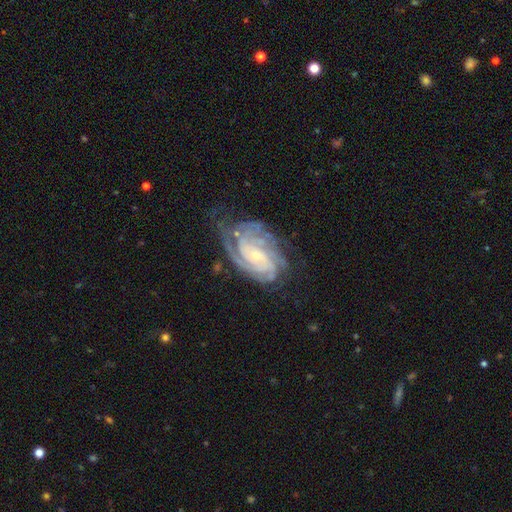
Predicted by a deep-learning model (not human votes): smooth_or_featured: featured or disk (p=0.89) [alt: star or artifact p=0.06]
disk_edge_on: no (p=0.97) [alt: yes p=0.03]
bar: no (p=0.66) [alt: weak p=0.26]
has_spiral_arms: yes (p=0.98) [alt: no p=0.02]
spiral_winding: tight (p=0.72) [alt: medium p=0.24]
spiral_arm_count: 4 (p=0.25) [alt: can't tell p=0.23]
bulge_size: small (p=0.73) [alt: moderate p=0.23]
merging: none (p=0.63) [alt: minor disturbance p=0.23]